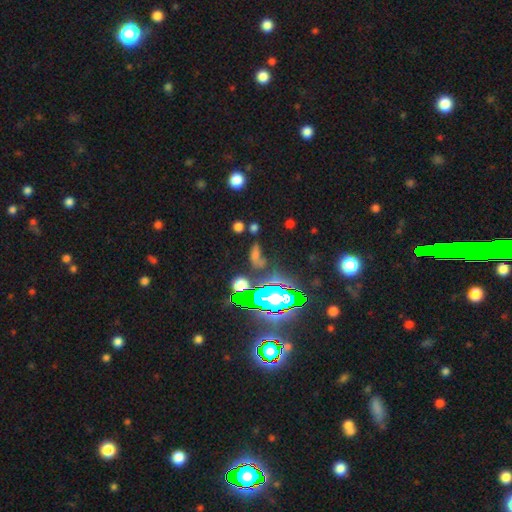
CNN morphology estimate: A star or artifact, not a galaxy (44%).

Vote fractions:
- Smooth or featured? star or artifact: 44% / smooth: 36% / featured or disk: 20%